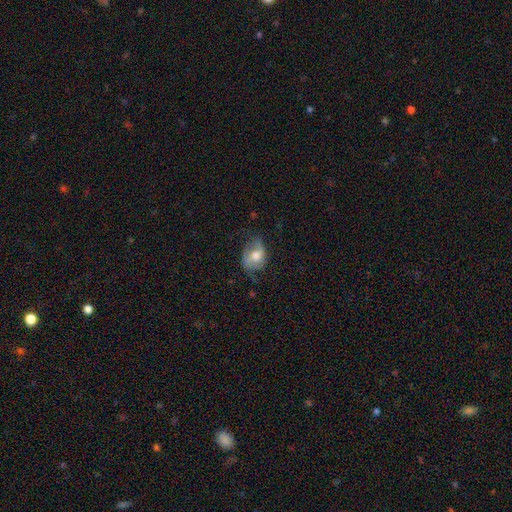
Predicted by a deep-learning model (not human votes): Smooth or featured? smooth (50%)
How rounded? in between (67%)
Merging? none (52%)